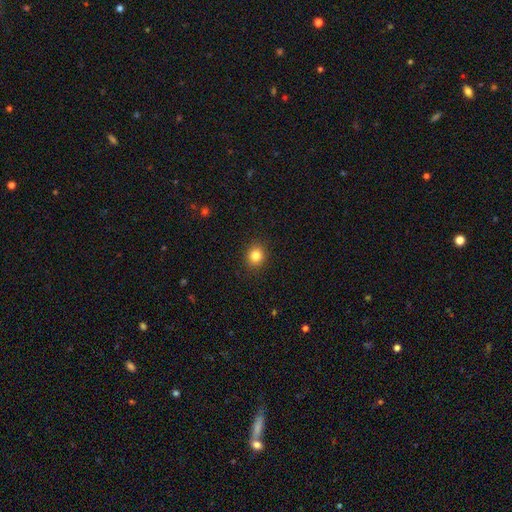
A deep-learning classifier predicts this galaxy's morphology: smooth_or_featured: smooth (p=0.83) [alt: star or artifact p=0.11]
how_rounded: round (p=0.79) [alt: in between p=0.20]
merging: none (p=0.91) [alt: minor disturbance p=0.06]